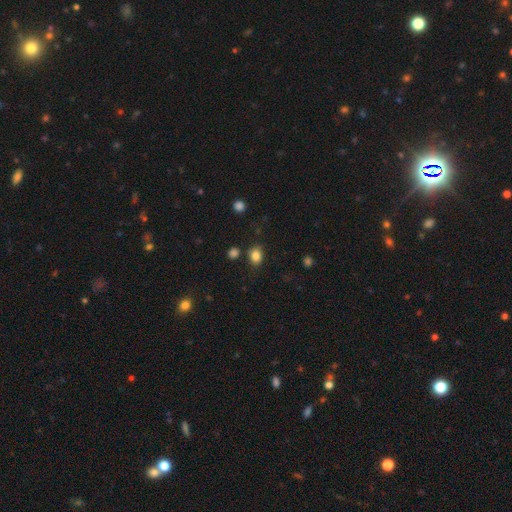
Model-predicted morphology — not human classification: This is clearly a smooth galaxy (85%). How rounded: possibly in between (59%). Merging: likely none (79%).